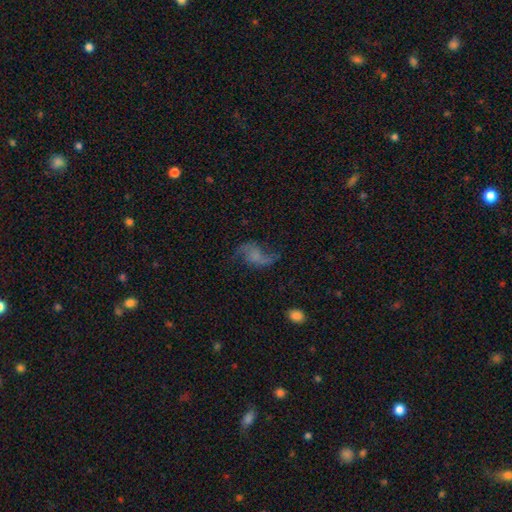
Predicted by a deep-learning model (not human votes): smooth-or-featured: featured or disk: 69% | smooth: 20% | star or artifact: 11%
  disk-edge-on: no: 97% | yes: 3%
    bar: no: 64% | weak: 29% | strong: 7%
    has-spiral-arms: yes: 88% | no: 12%
      spiral-winding: loose: 82% | medium: 15% | tight: 3%
      spiral-arm-count: 2: 86% | 1: 7% | can't tell: 3% | 3: 1% | 4: 1% | more than 4: 1%
    bulge-size: none: 53% | small: 28% | moderate: 13% | large: 4% | dominant: 2%
  merging: none: 54% | major disturbance: 23% | minor disturbance: 20% | merger: 3%